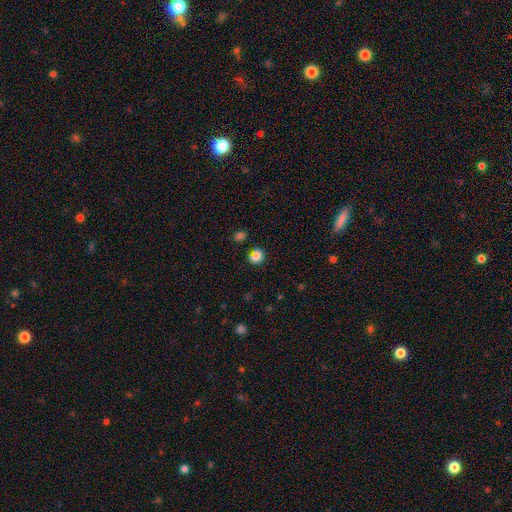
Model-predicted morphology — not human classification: This is clearly a smooth galaxy (81%). How rounded: clearly round (82%). Merging: likely none (73%).